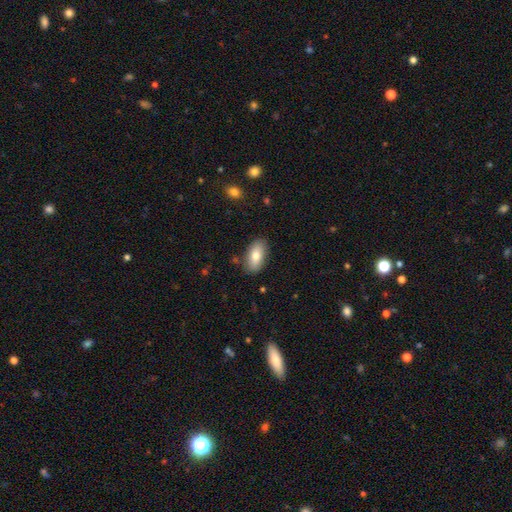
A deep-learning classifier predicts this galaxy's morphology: Smooth or featured? Predicted: smooth (p=0.76). How rounded? Predicted: in between (p=0.91). Merging? Predicted: none (p=0.84).